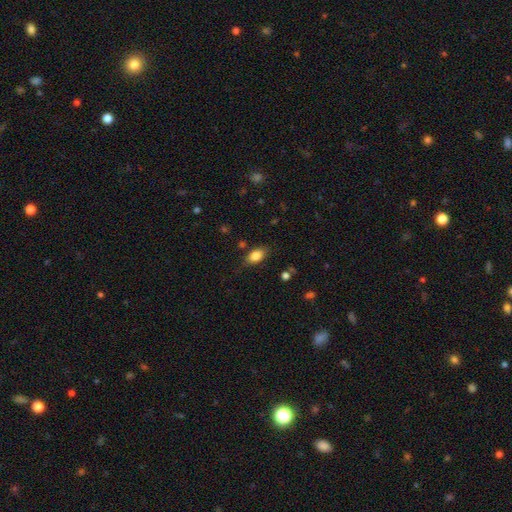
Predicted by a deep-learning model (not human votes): Smooth or featured: smooth — 83% (featured or disk — 8%)
How rounded: in between — 87% (round — 10%)
Merging: none — 78% (minor disturbance — 16%)